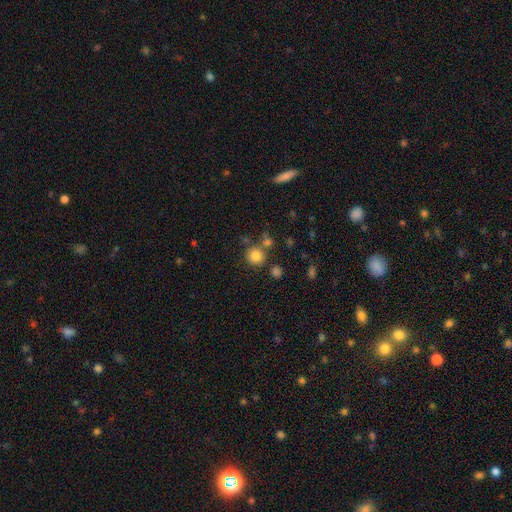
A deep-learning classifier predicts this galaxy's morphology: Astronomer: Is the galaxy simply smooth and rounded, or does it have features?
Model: smooth — 82%.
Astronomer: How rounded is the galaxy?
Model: round — 92%.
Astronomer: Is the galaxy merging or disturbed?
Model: none — 76%.